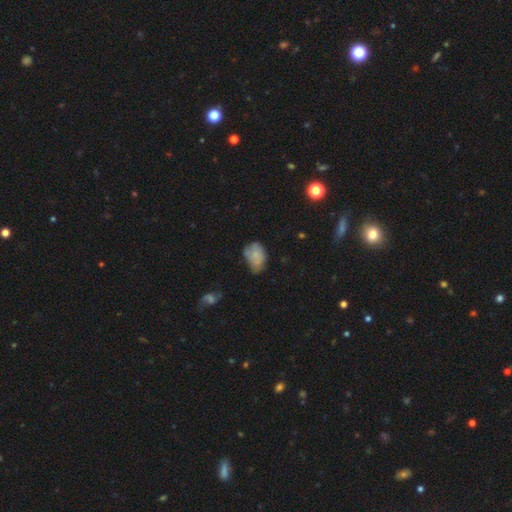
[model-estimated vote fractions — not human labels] smooth_or_featured: smooth (p=0.66) [alt: featured or disk p=0.25]
how_rounded: in between (p=0.80) [alt: round p=0.19]
merging: minor disturbance (p=0.40) [alt: none p=0.36]